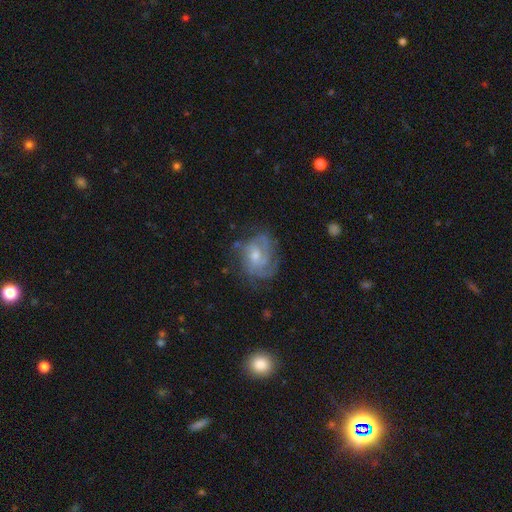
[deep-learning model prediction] This appears to be a featured or disk galaxy (79%) with no bar (60%), tight (55%) spiral arms (93%) and a moderate central bulge (48%). Merging: none (64%).